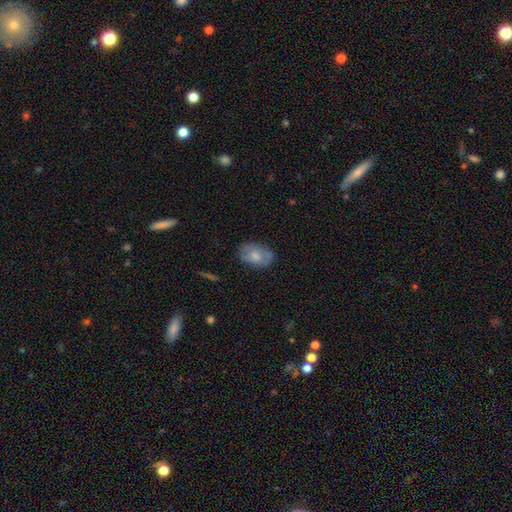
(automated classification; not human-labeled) A smooth galaxy with no disk features (67%) that is in between round and cigar-shaped (89%).

Vote fractions:
- Smooth or featured? smooth: 67% / featured or disk: 26% / star or artifact: 7%
- How rounded? in between: 89% / round: 10% / cigar-shaped: 1%
- Merging? none: 72% / minor disturbance: 21% / major disturbance: 6% / merger: 2%